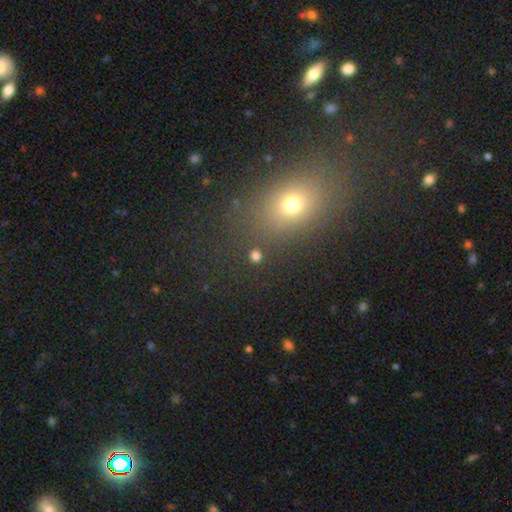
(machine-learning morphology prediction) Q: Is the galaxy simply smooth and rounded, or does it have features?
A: smooth — 75%.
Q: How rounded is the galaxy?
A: round — 87%.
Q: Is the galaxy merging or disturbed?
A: none — 86%.